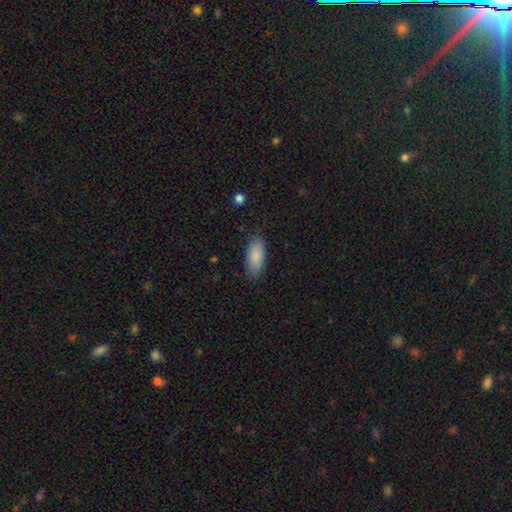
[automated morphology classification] Q: Smooth or featured?
A: smooth (88%); runner-up: featured or disk (6%)
Q: How rounded?
A: in between (86%); runner-up: cigar-shaped (12%)
Q: Merging?
A: none (84%); runner-up: minor disturbance (12%)